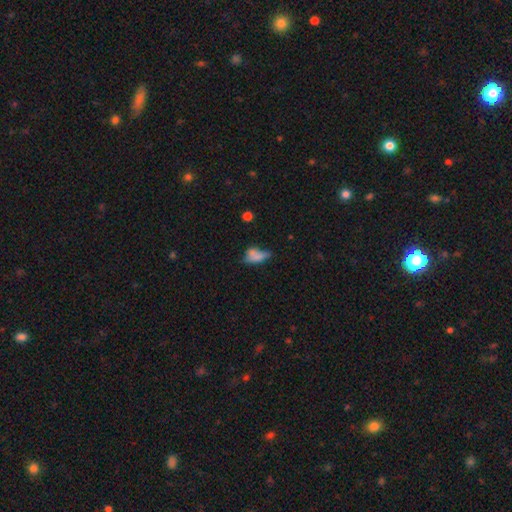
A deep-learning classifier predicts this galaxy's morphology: This is likely a smooth galaxy (65%). How rounded: likely in between (75%). Merging: marginally none (31%).